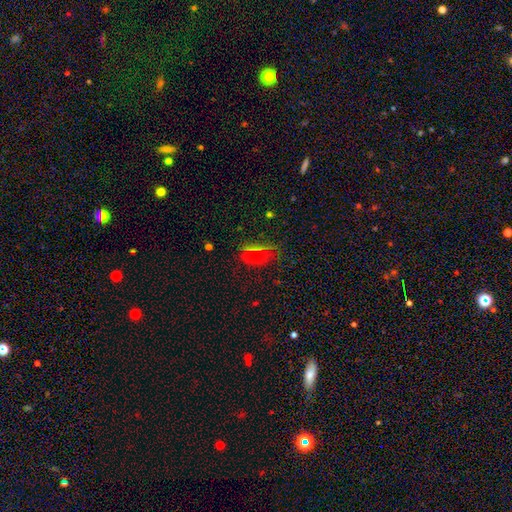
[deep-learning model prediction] smooth_or_featured: smooth (p=0.62) [alt: star or artifact p=0.28]
how_rounded: in between (p=0.74) [alt: round p=0.18]
merging: none (p=0.74) [alt: minor disturbance p=0.16]